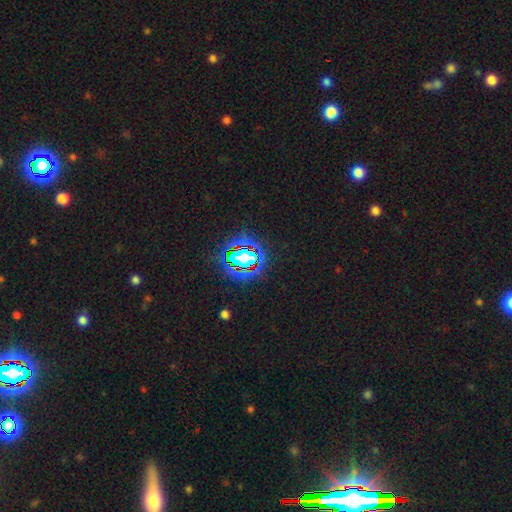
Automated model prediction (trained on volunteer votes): smooth_or_featured: star or artifact (p=0.83) [alt: smooth p=0.10]